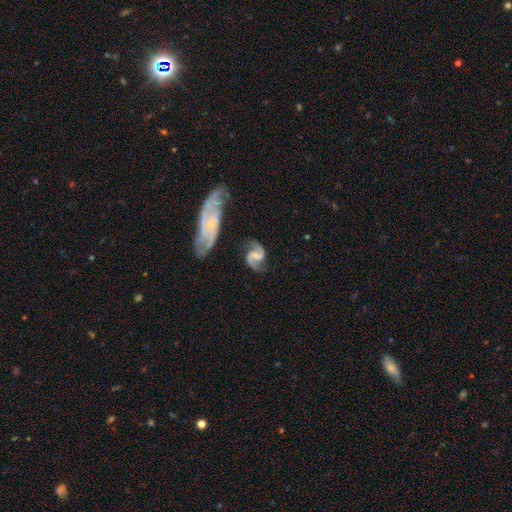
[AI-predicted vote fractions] smooth-or-featured: featured or disk: 89% | smooth: 6% | star or artifact: 5%
  disk-edge-on: no: 98% | yes: 2%
    bar: weak: 50% | no: 30% | strong: 20%
    has-spiral-arms: yes: 97% | no: 3%
      spiral-winding: medium: 53% | loose: 34% | tight: 13%
      spiral-arm-count: 2: 94% | can't tell: 2% | 1: 1% | 3: 1% | 4: 1% | more than 4: 1%
    bulge-size: small: 40% | none: 31% | moderate: 24% | large: 4% | dominant: 1%
  merging: none: 74% | minor disturbance: 16% | major disturbance: 6% | merger: 5%